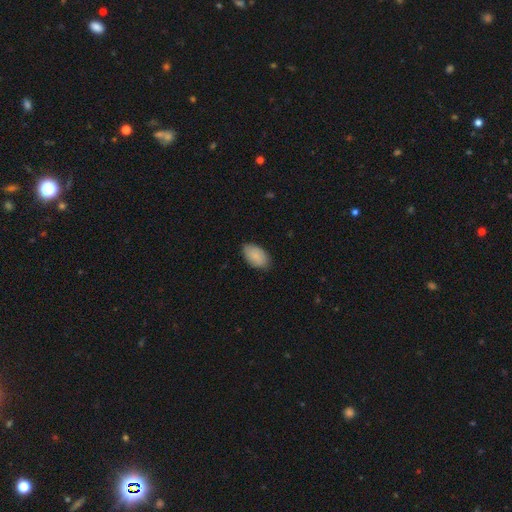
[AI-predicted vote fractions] Smooth or featured? smooth (85%)
How rounded? in between (94%)
Merging? none (81%)